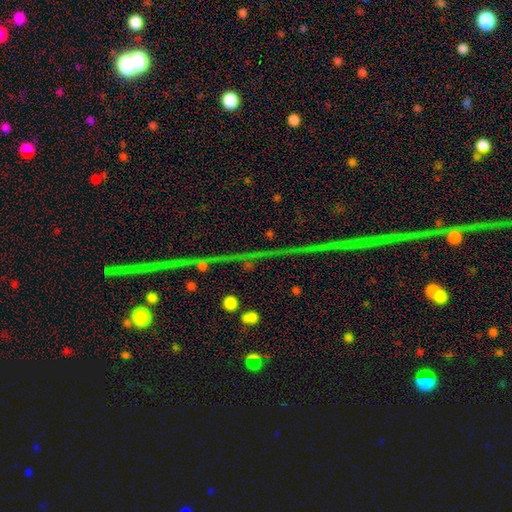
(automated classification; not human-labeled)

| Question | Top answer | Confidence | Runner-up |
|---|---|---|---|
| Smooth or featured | star or artifact | 68% | featured or disk (17%) |